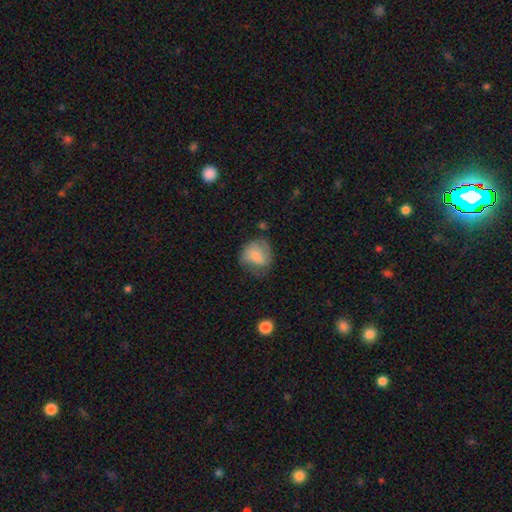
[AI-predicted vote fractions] The model was most divided on "merging": none: 52%, minor disturbance: 31%, major disturbance: 14%, merger: 2%. More confident: how rounded — round (71%); smooth or featured — smooth (61%).